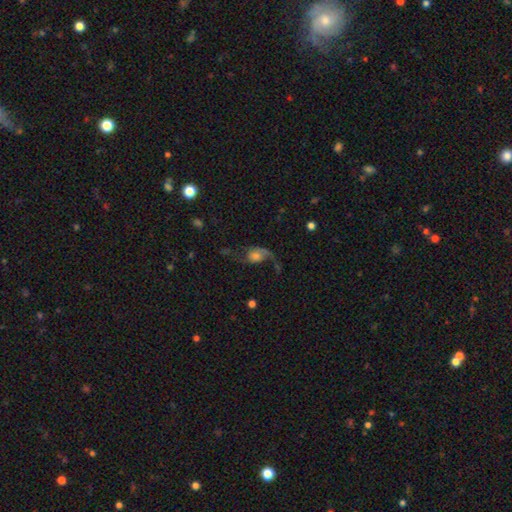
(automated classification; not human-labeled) Smooth or featured? Predicted: featured or disk (p=0.60). Edge-on disk? Predicted: no (p=0.96). Bar? Predicted: no (p=0.75). Spiral arms? Predicted: yes (p=0.86). Bulge size? Predicted: moderate (p=0.42). Merging? Predicted: major disturbance (p=0.39).